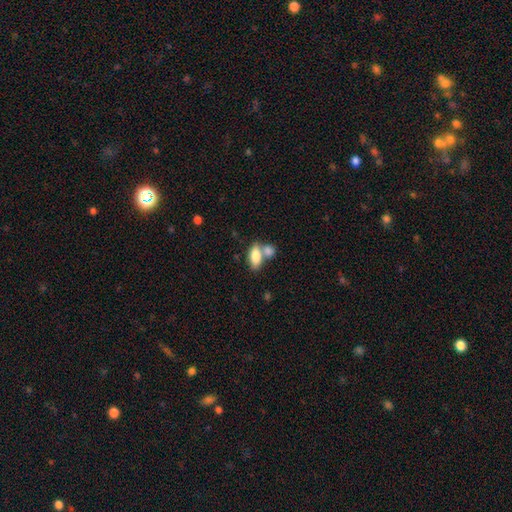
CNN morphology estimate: A smooth galaxy with no disk features (81%) that is in between round and cigar-shaped (87%). Merging: merger (46%).